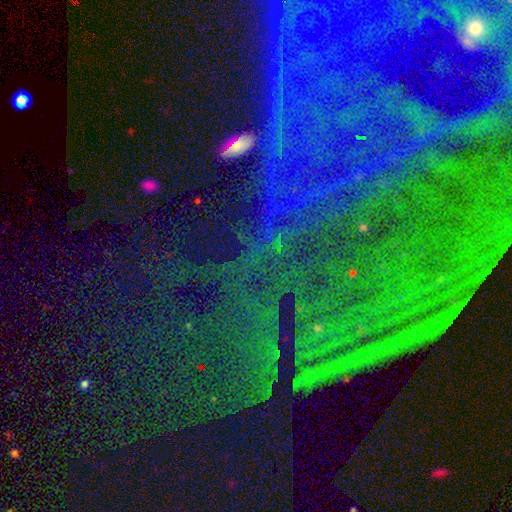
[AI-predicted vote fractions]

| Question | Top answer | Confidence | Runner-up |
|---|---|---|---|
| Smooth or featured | star or artifact | 78% | smooth (11%) |